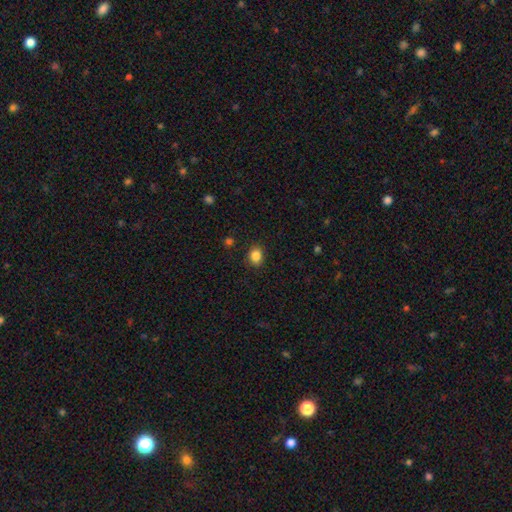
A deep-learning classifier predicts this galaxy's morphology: A smooth galaxy with no disk features (85%) that is round (53%).

Vote fractions:
- Smooth or featured? smooth: 85% / star or artifact: 10% / featured or disk: 4%
- How rounded? round: 53% / in between: 46% / cigar-shaped: 1%
- Merging? none: 88% / minor disturbance: 9% / major disturbance: 2% / merger: 1%